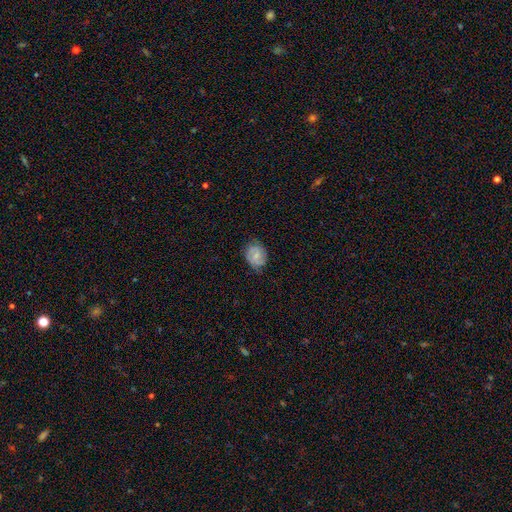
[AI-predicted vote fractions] Morphology: type=featured or disk (48%); merging=none (70%).